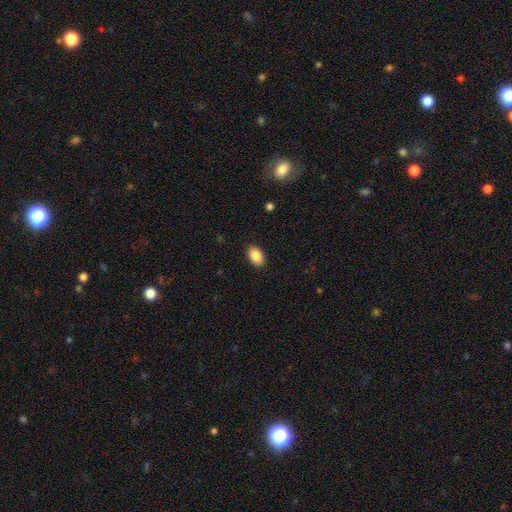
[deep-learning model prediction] A smooth galaxy with no disk features (89%) that is in between round and cigar-shaped (90%). Merging: none (89%).